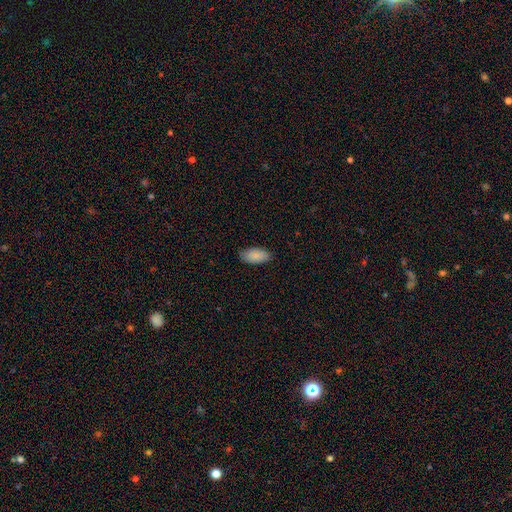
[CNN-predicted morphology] Q: Smooth or featured?
A: smooth (89%); runner-up: star or artifact (6%)
Q: How rounded?
A: in between (93%); runner-up: cigar-shaped (5%)
Q: Merging?
A: none (85%); runner-up: minor disturbance (12%)